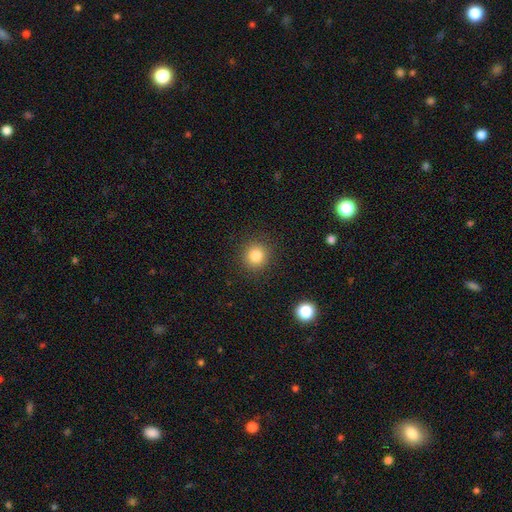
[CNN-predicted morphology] smooth_or_featured: smooth (p=0.82) [alt: star or artifact p=0.12]
how_rounded: round (p=0.92) [alt: in between p=0.07]
merging: none (p=0.90) [alt: minor disturbance p=0.06]